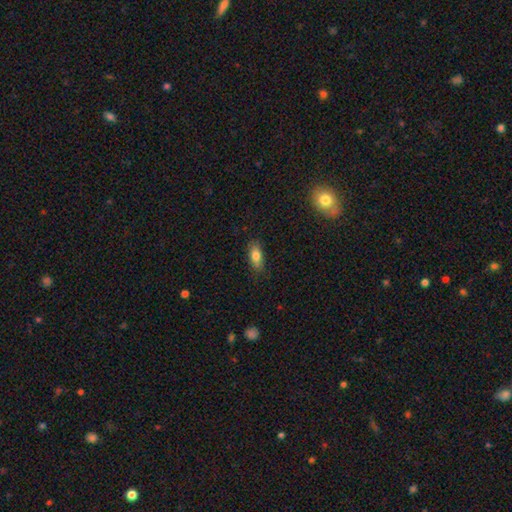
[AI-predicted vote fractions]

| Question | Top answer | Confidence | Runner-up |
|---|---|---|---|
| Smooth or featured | smooth | 81% | featured or disk (11%) |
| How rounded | in between | 82% | cigar-shaped (15%) |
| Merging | none | 82% | minor disturbance (14%) |